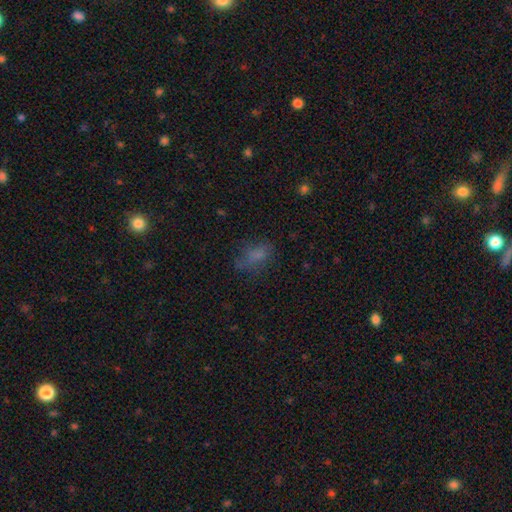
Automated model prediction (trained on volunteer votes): smooth 69%, star or artifact 17%, featured or disk 14%. Down the decision tree: how rounded — in between (80%); merging — none (55%).